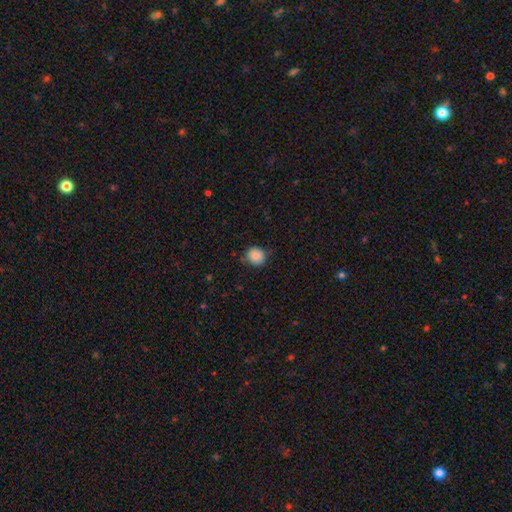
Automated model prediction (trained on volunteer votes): The model was most divided on "merging": none: 83%, minor disturbance: 13%, major disturbance: 3%, merger: 1%. More confident: how rounded — round (88%); smooth or featured — smooth (87%).